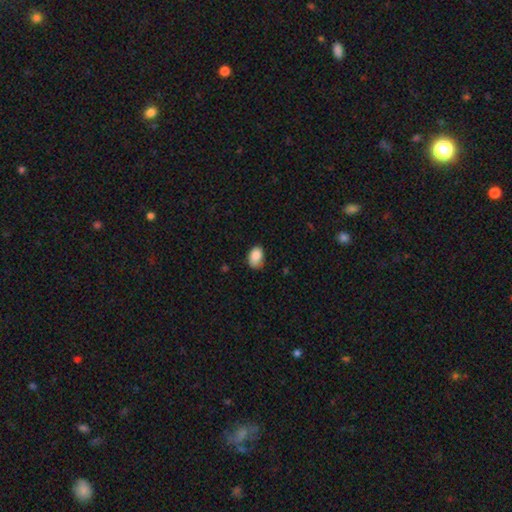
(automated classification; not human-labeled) Smooth or featured: smooth — 88% (star or artifact — 8%)
How rounded: in between — 84% (round — 15%)
Merging: none — 67% (minor disturbance — 27%)